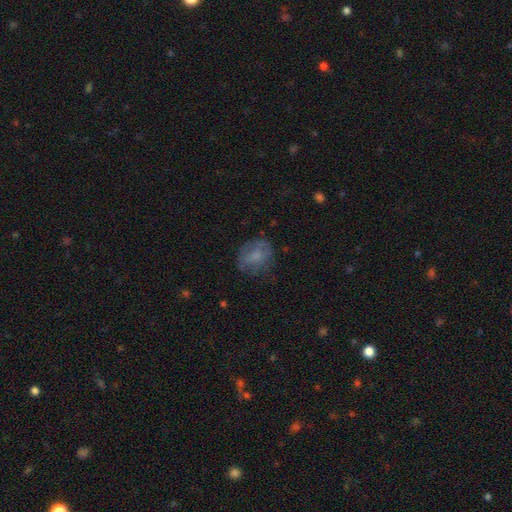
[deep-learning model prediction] Smooth or featured? Predicted: smooth (p=0.61). How rounded? Predicted: round (p=0.58). Merging? Predicted: none (p=0.62).